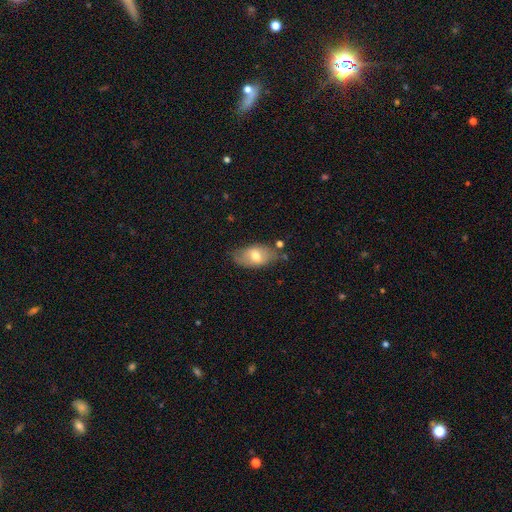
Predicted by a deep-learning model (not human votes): Q: Smooth or featured?
A: smooth (63%); runner-up: featured or disk (30%)
Q: How rounded?
A: in between (91%); runner-up: round (6%)
Q: Merging?
A: none (68%); runner-up: minor disturbance (22%)